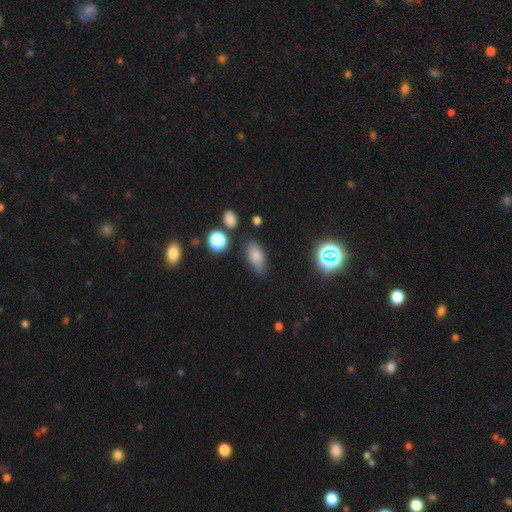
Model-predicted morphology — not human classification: Smooth or featured? Predicted: smooth (p=0.78). How rounded? Predicted: in between (p=0.86). Merging? Predicted: none (p=0.79).